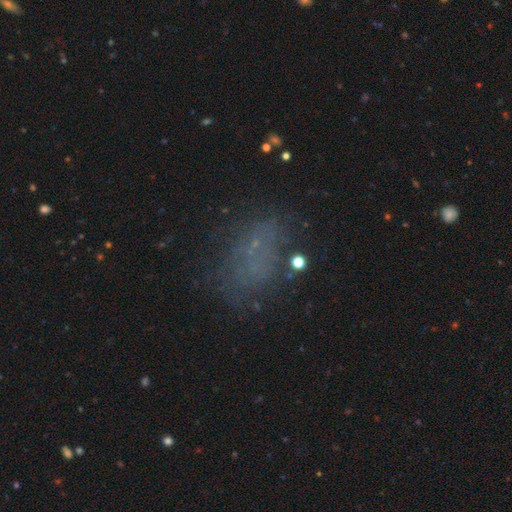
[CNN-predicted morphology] Smooth or featured? smooth (47%)
Merging? none (62%)